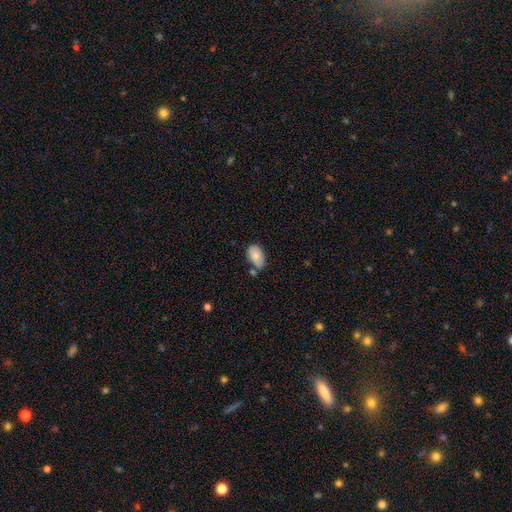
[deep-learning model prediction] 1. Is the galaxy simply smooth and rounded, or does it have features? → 81% smooth, 12% featured or disk, 7% star or artifact.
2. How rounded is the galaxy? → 93% in between, 6% round, 1% cigar-shaped.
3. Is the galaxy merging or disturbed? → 56% none, 25% minor disturbance, 13% merger, 5% major disturbance.